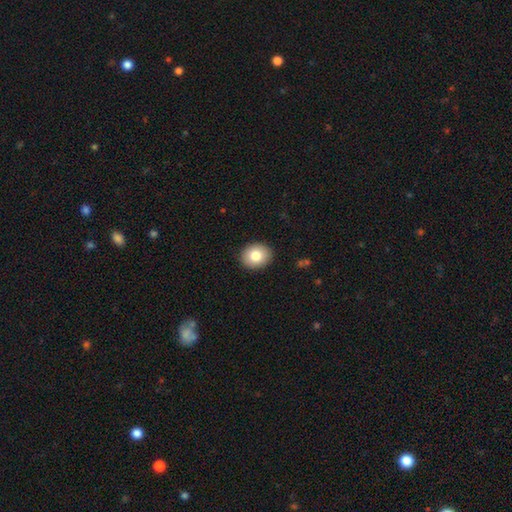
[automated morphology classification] Smooth or featured? Predicted: smooth (p=0.81). How rounded? Predicted: round (p=0.60). Merging? Predicted: none (p=0.91).